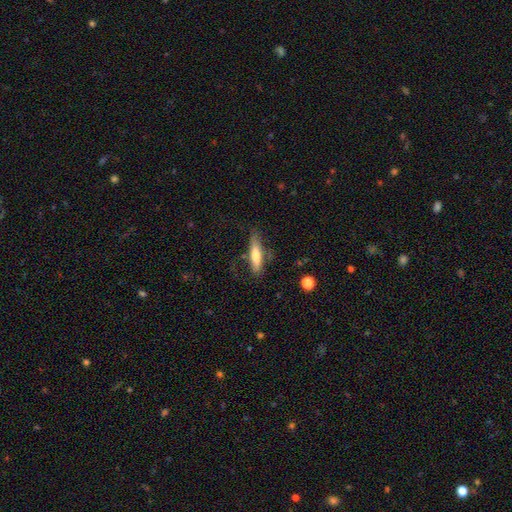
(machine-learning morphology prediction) Smooth or featured? Predicted: smooth (p=0.63). How rounded? Predicted: cigar-shaped (p=0.71). Merging? Predicted: none (p=0.67).